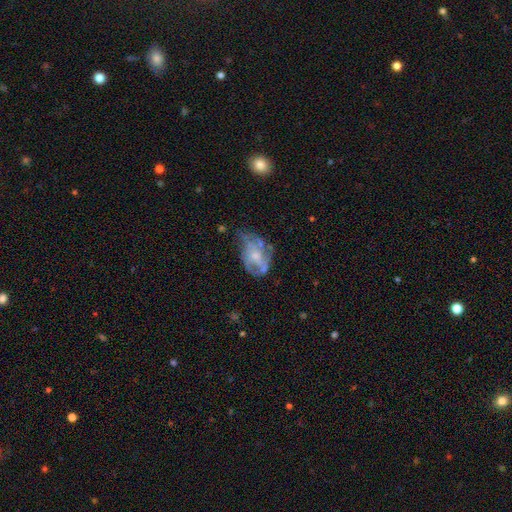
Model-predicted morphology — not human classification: smooth_or_featured: featured or disk (p=0.71) [alt: smooth p=0.21]
disk_edge_on: no (p=0.97) [alt: yes p=0.03]
bar: no (p=0.75) [alt: weak p=0.21]
has_spiral_arms: yes (p=0.64) [alt: no p=0.36]
bulge_size: small (p=0.48) [alt: moderate p=0.38]
merging: none (p=0.40) [alt: minor disturbance p=0.28]